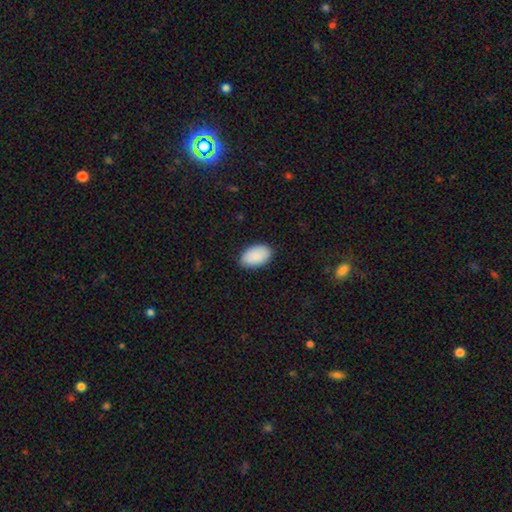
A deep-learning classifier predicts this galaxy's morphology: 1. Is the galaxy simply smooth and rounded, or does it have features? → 89% smooth, 6% star or artifact, 5% featured or disk.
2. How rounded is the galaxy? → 94% in between, 5% round, 1% cigar-shaped.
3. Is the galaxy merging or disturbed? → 83% none, 14% minor disturbance, 2% major disturbance, 1% merger.